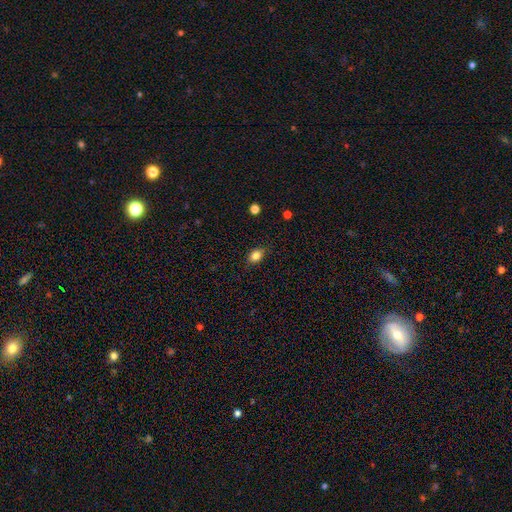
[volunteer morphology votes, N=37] A smooth galaxy with no disk features (89%) that is in between round and cigar-shaped (70%). Merging: none (77%).